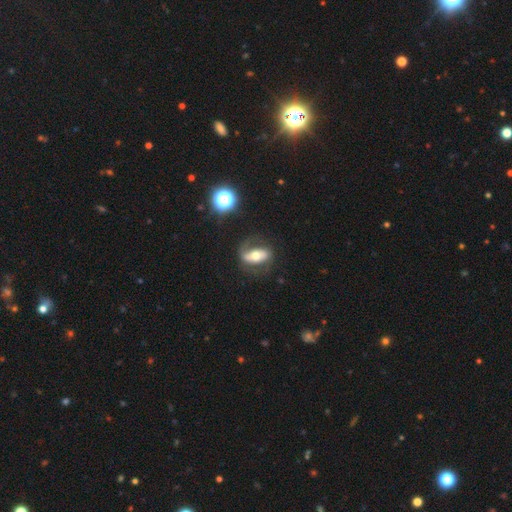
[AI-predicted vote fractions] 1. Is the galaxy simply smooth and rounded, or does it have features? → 63% featured or disk, 29% smooth, 8% star or artifact.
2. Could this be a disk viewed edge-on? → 87% no, 13% yes.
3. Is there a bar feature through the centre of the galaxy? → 48% strong, 31% no, 22% weak.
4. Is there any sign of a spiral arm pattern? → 73% yes, 27% no.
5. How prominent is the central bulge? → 67% moderate, 17% small, 13% large, 2% dominant, 1% none.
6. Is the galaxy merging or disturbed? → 60% none, 20% minor disturbance, 17% major disturbance, 3% merger.